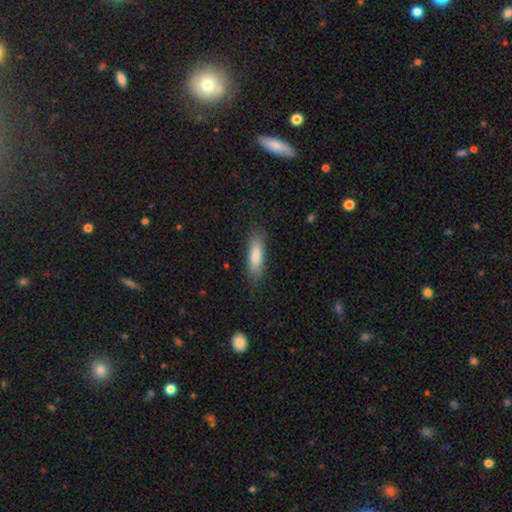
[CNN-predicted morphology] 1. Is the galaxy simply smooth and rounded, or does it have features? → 83% smooth, 11% featured or disk, 6% star or artifact.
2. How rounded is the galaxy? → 49% cigar-shaped (tied), 49% in between (tied), 2% round.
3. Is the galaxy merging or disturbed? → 81% none, 14% minor disturbance, 4% major disturbance, 1% merger.